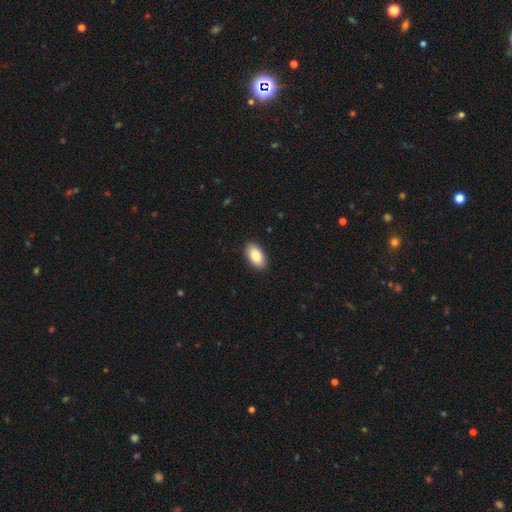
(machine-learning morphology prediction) A smooth galaxy with no disk features (86%) that is in between round and cigar-shaped (94%).

Vote fractions:
- Smooth or featured? smooth: 86% / featured or disk: 8% / star or artifact: 6%
- How rounded? in between: 94% / round: 3% / cigar-shaped: 3%
- Merging? none: 90% / minor disturbance: 8% / major disturbance: 2% / merger: 1%